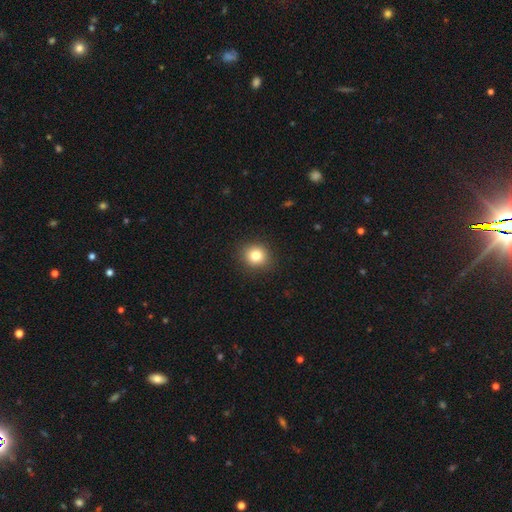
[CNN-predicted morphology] Smooth or featured? Predicted: smooth (p=0.82). How rounded? Predicted: round (p=0.84). Merging? Predicted: none (p=0.90).